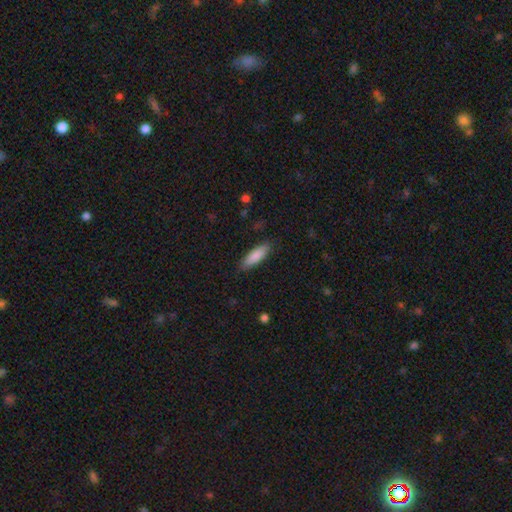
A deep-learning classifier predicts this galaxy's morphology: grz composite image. It shows a smooth galaxy with no disk features (84%) that is cigar-shaped (55%). Merging: none (86%).